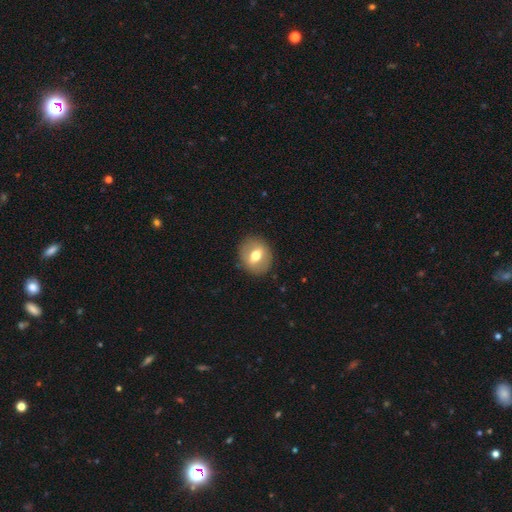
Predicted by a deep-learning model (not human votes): Smooth or featured? smooth (58%)
How rounded? round (66%)
Merging? none (87%)